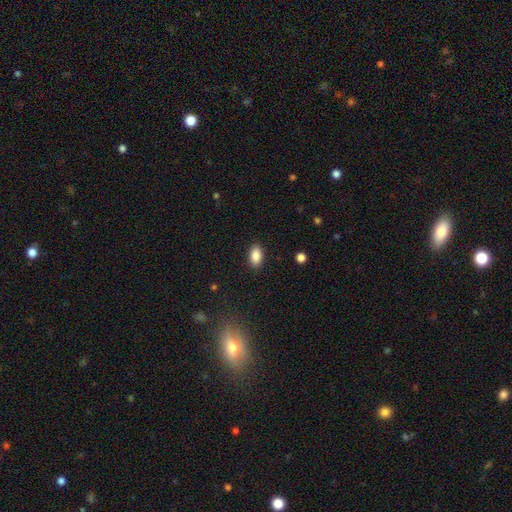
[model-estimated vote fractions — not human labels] smooth_or_featured: smooth (p=0.88) [alt: star or artifact p=0.08]
how_rounded: in between (p=0.92) [alt: round p=0.06]
merging: none (p=0.88) [alt: minor disturbance p=0.08]